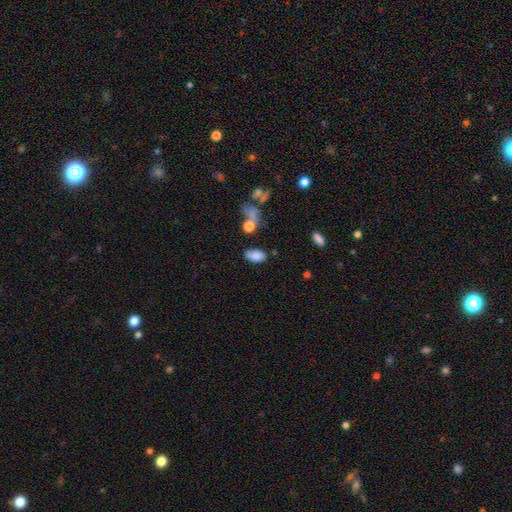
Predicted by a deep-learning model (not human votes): Morphology: type=smooth (82%); roundness=in between (92%); merging=none (63%).